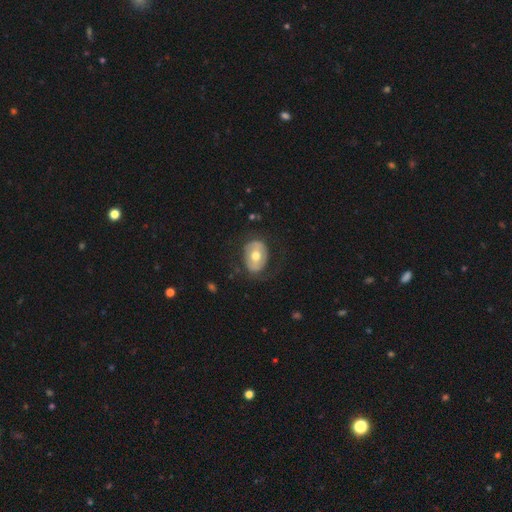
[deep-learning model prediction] smooth-or-featured: featured or disk: 49% | smooth: 44% | star or artifact: 6%
  merging: none: 69% | minor disturbance: 18% | major disturbance: 13% | merger: 1%